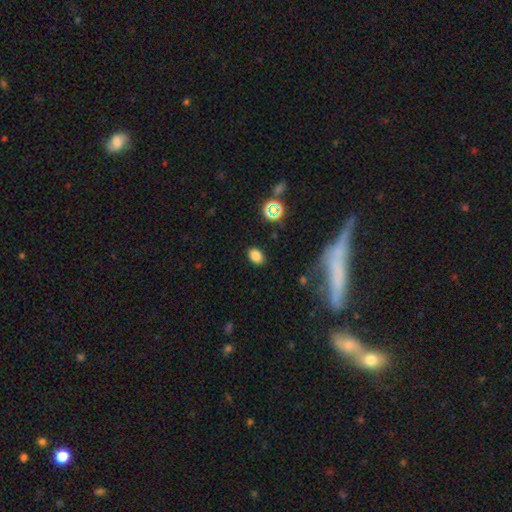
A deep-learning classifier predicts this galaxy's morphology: Q: Smooth or featured?
A: smooth (81%); runner-up: star or artifact (14%)
Q: How rounded?
A: in between (79%); runner-up: round (19%)
Q: Merging?
A: none (87%); runner-up: minor disturbance (9%)